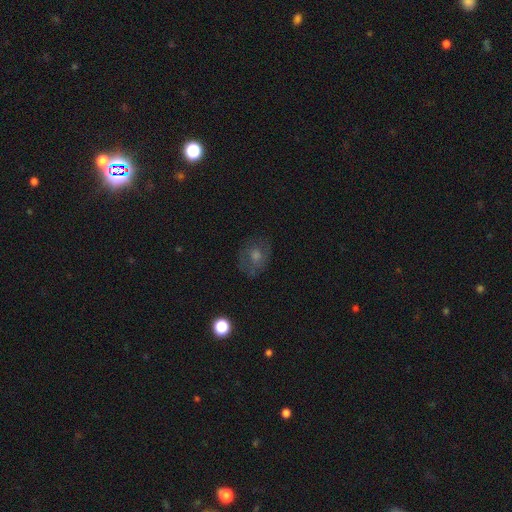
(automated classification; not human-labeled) The model was most divided on "smooth or featured": featured or disk: 40%, smooth: 39%, star or artifact: 21%. More confident: merging — none (72%).